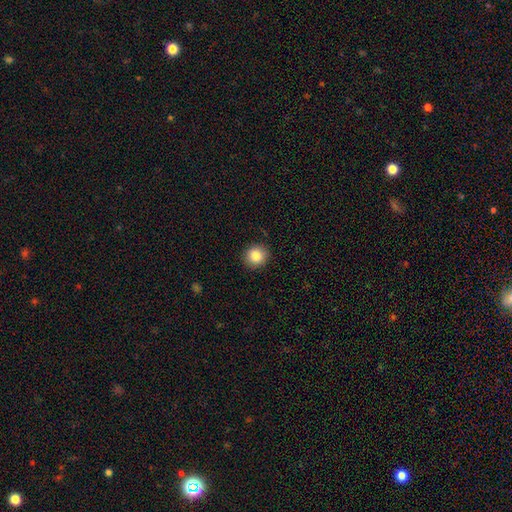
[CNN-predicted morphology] Overall: smooth (84%). How rounded: round (91%). Merging: none (91%).